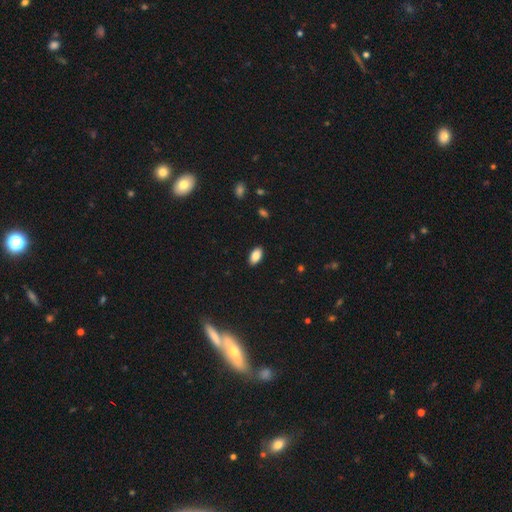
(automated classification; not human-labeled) Smooth or featured?
  - smooth: 85% *
  - star or artifact: 8%
  - featured or disk: 7%
How rounded?
  - in between: 93% *
  - round: 4%
  - cigar-shaped: 3%
Merging?
  - none: 89% *
  - minor disturbance: 8%
  - major disturbance: 2%
  - merger: 1%